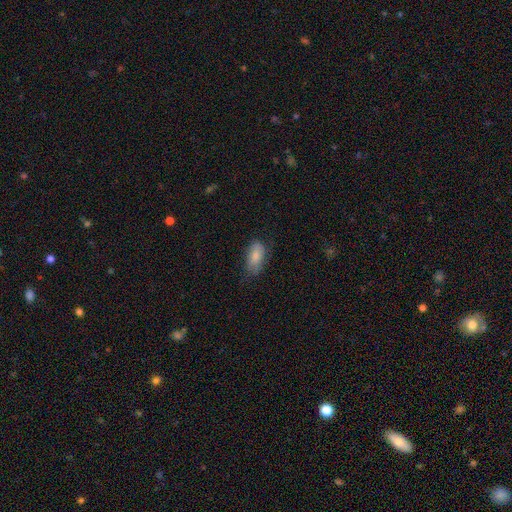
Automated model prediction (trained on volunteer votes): Smooth or featured? Predicted: smooth (p=0.81). How rounded? Predicted: in between (p=0.91). Merging? Predicted: none (p=0.63).